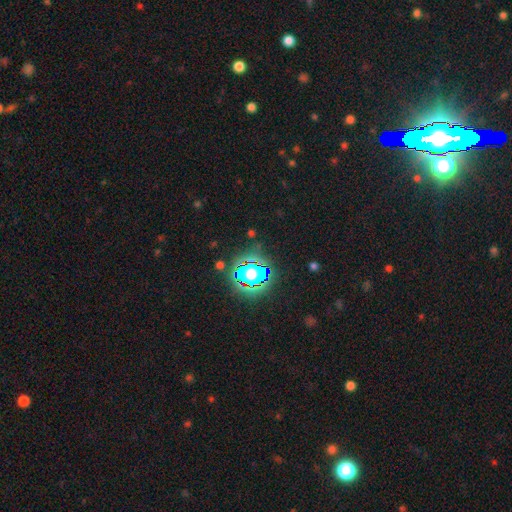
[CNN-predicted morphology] A star or artifact, not a galaxy (80%).